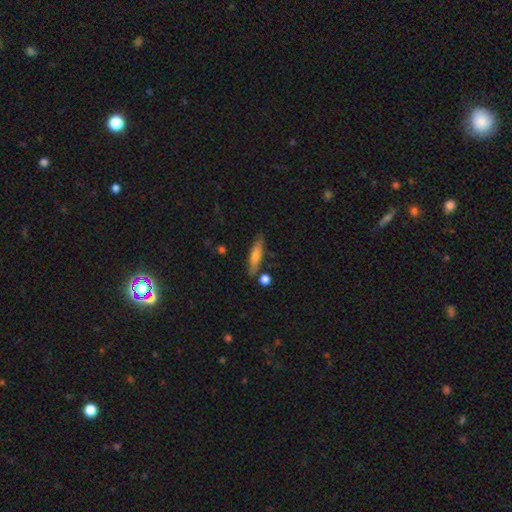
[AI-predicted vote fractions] A smooth galaxy with no disk features (61%) that is cigar-shaped (78%).

Vote fractions:
- Smooth or featured? smooth: 61% / featured or disk: 33% / star or artifact: 7%
- How rounded? cigar-shaped: 78% / in between: 20% / round: 2%
- Merging? none: 80% / minor disturbance: 12% / merger: 5% / major disturbance: 2%